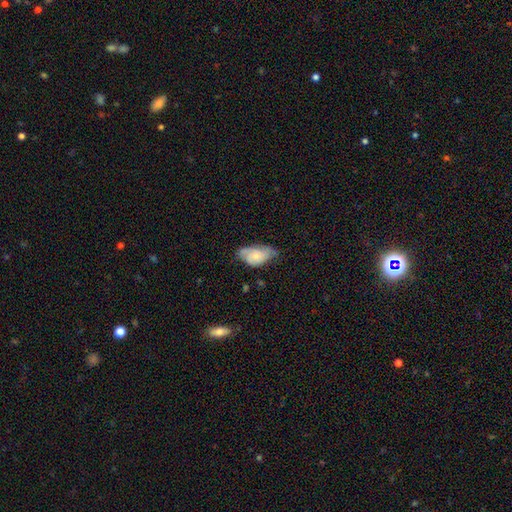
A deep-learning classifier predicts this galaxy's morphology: Smooth or featured? smooth (54%)
How rounded? in between (92%)
Merging? none (43%)